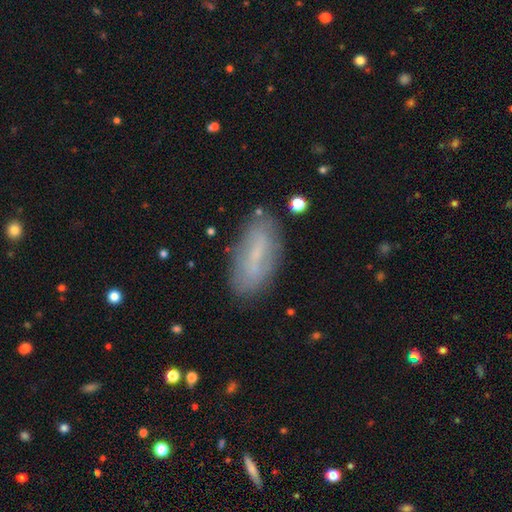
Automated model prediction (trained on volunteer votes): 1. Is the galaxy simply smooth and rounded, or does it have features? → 54% smooth, 36% featured or disk, 9% star or artifact.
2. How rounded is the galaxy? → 74% in between, 23% cigar-shaped, 3% round.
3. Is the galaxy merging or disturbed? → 80% none, 14% minor disturbance, 4% major disturbance, 2% merger.